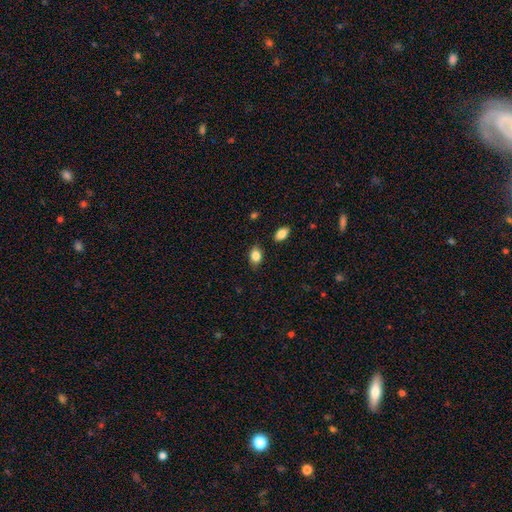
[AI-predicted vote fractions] This is clearly a smooth galaxy (85%). How rounded: likely in between (78%). Merging: clearly none (82%).